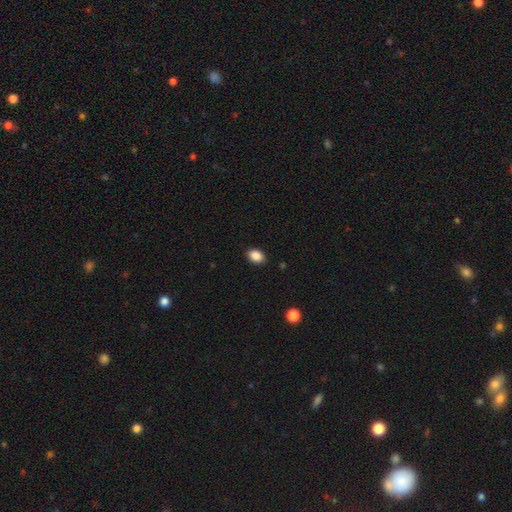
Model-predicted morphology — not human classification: smooth 88%, star or artifact 8%, featured or disk 3%. Down the decision tree: how rounded — in between (78%); merging — none (88%).